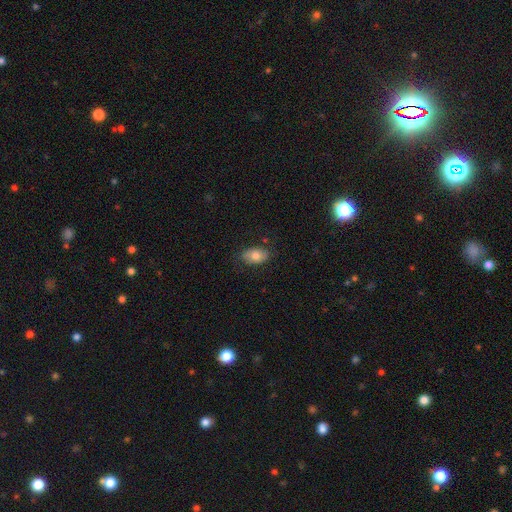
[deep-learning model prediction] smooth 77%, featured or disk 16%, star or artifact 8%. Down the decision tree: how rounded — in between (90%); merging — none (81%).